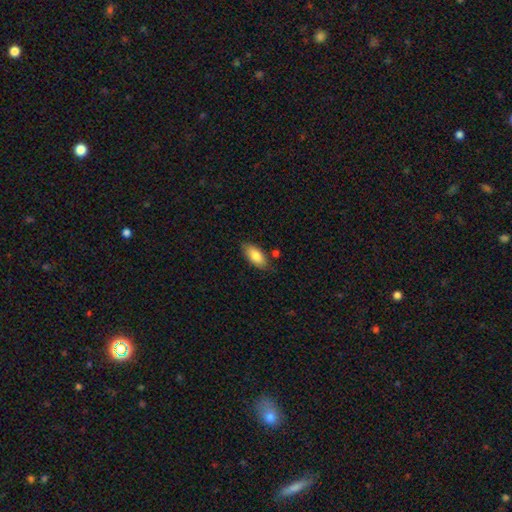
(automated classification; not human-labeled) Overall: smooth (82%). How rounded: in between (89%). Merging: none (73%).